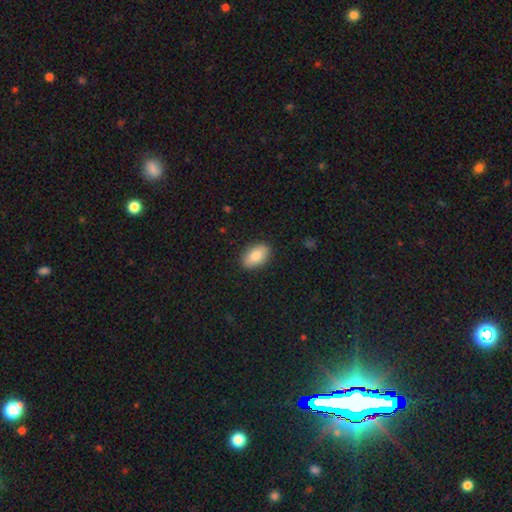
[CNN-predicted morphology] A smooth galaxy with no disk features (82%) that is in between round and cigar-shaped (92%).

Vote fractions:
- Smooth or featured? smooth: 82% / featured or disk: 11% / star or artifact: 6%
- How rounded? in between: 92% / round: 6% / cigar-shaped: 2%
- Merging? none: 88% / minor disturbance: 9% / major disturbance: 2% / merger: 1%